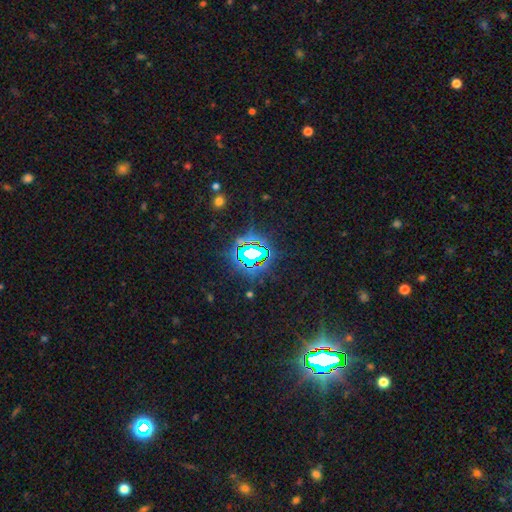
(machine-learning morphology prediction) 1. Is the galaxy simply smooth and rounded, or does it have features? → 76% star or artifact, 13% smooth, 11% featured or disk.